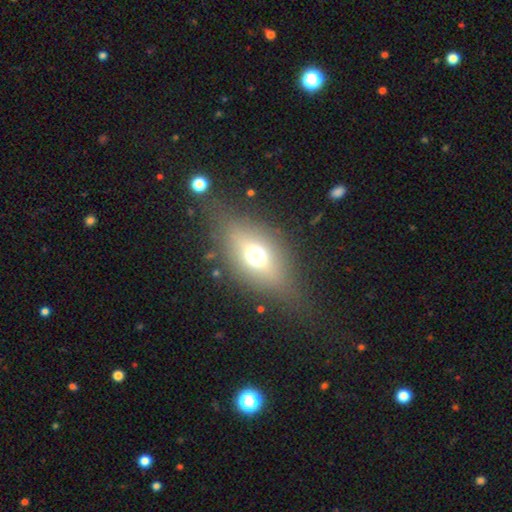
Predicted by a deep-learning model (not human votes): The model was most divided on "smooth or featured": smooth: 58%, featured or disk: 26%, star or artifact: 16%. More confident: merging — none (74%); how rounded — in between (71%).